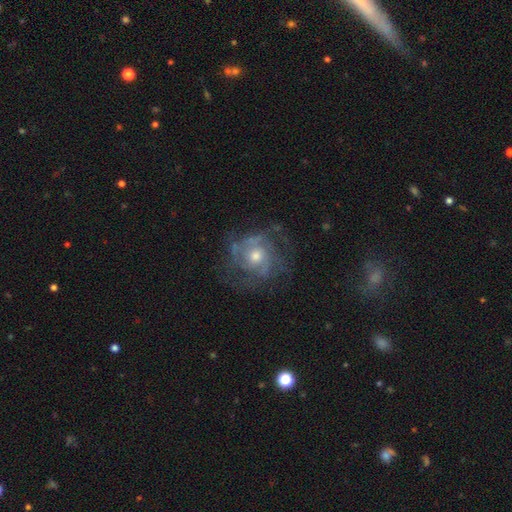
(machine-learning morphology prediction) Overall: featured or disk (75%). Edge-on disk: no (97%). Bar: no (79%). Spiral arms: yes (80%). Spiral arm count: can't tell (39%; 2 23%). Spiral winding: tight (46%; medium 39%). Bulge size: moderate (63%; small 30%). Merging: none (64%).